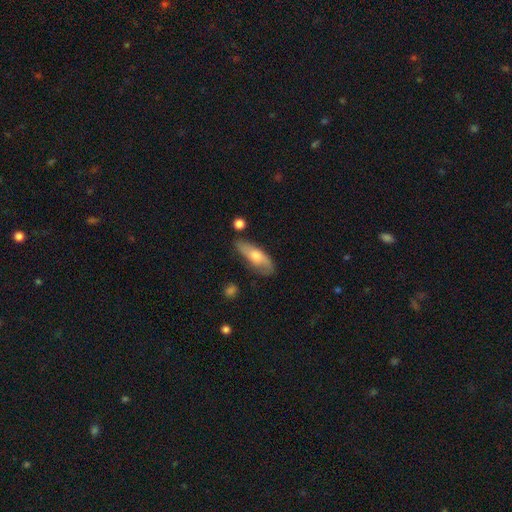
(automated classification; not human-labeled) smooth_or_featured: smooth (p=0.58) [alt: featured or disk p=0.36]
how_rounded: in between (p=0.63) [alt: cigar-shaped p=0.34]
merging: none (p=0.71) [alt: minor disturbance p=0.21]